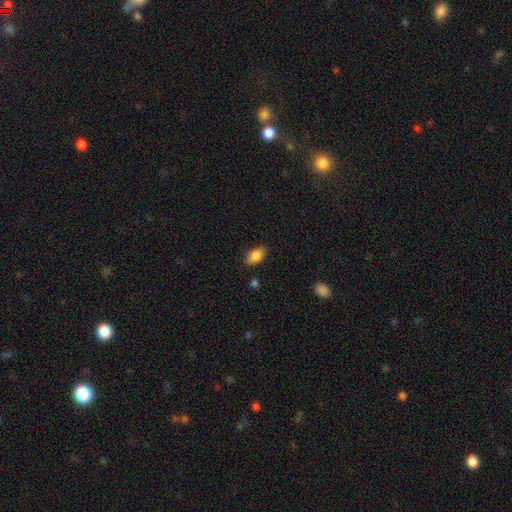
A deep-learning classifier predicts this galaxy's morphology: A smooth galaxy with no disk features (86%) that is in between round and cigar-shaped (90%). Merging: none (82%).